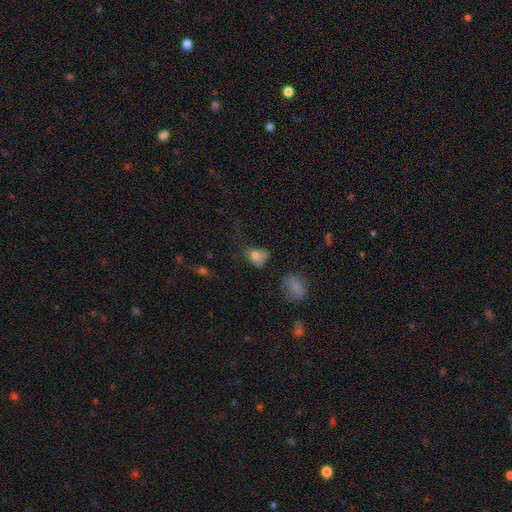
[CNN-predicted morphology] Smooth or featured?
  - smooth: 74% *
  - featured or disk: 13%
  - star or artifact: 13%
How rounded?
  - in between: 59% *
  - round: 39%
  - cigar-shaped: 2%
Merging?
  - major disturbance: 35% *
  - none: 30%
  - minor disturbance: 26%
  - merger: 8%